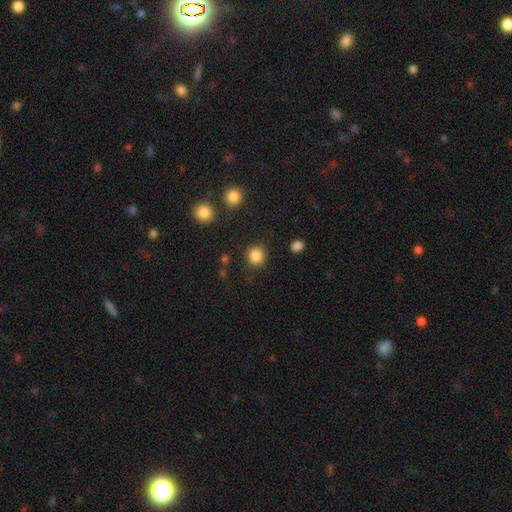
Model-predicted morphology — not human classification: Smooth or featured? smooth (86%)
How rounded? round (87%)
Merging? none (87%)